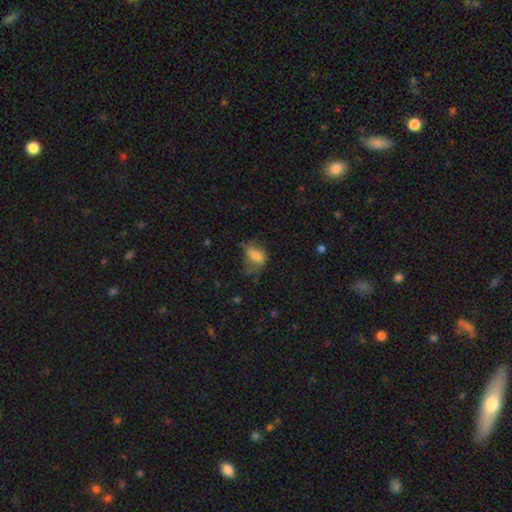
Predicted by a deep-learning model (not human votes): Smooth or featured? Predicted: smooth (p=0.70). How rounded? Predicted: in between (p=0.79). Merging? Predicted: none (p=0.40).